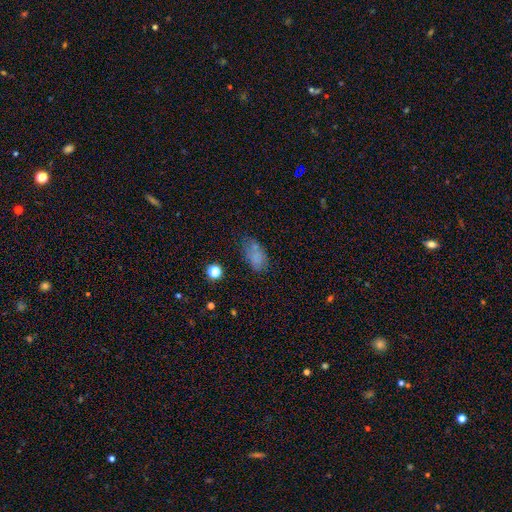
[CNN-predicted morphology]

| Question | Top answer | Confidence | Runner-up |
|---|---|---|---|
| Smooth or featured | smooth | 69% | featured or disk (16%) |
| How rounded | in between | 88% | round (9%) |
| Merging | none | 54% | minor disturbance (26%) |